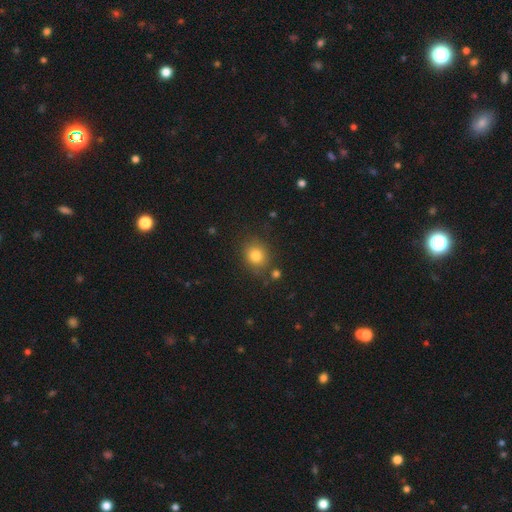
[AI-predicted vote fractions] Morphology: type=smooth (82%); roundness=round (73%); merging=none (80%).